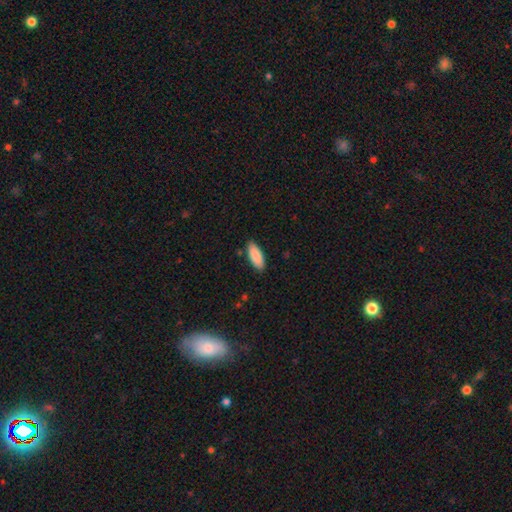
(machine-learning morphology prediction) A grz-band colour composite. It shows a smooth galaxy with no disk features (89%) that is in between round and cigar-shaped (77%). Merging: none (86%).